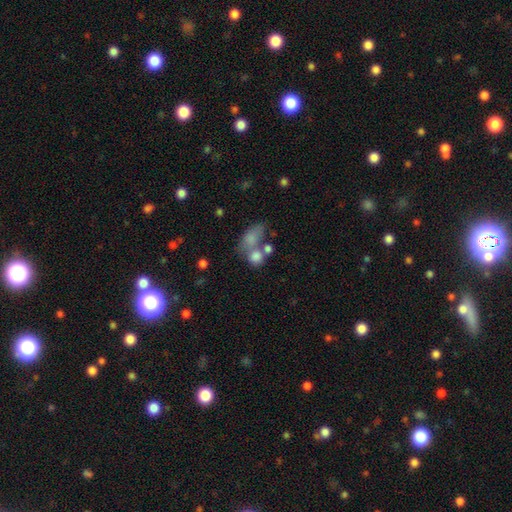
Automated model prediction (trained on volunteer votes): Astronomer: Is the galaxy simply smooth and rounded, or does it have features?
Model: smooth — 76%.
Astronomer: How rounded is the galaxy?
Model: round — 51% (runner-up: in between, 46%).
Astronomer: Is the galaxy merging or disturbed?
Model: merger — 47% (runner-up: none, 32%).